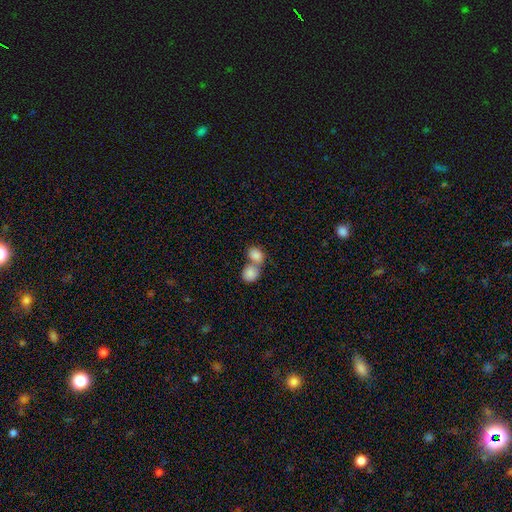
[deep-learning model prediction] Smooth or featured? Predicted: smooth (p=0.84). How rounded? Predicted: round (p=0.51). Merging? Predicted: merger (p=0.69).